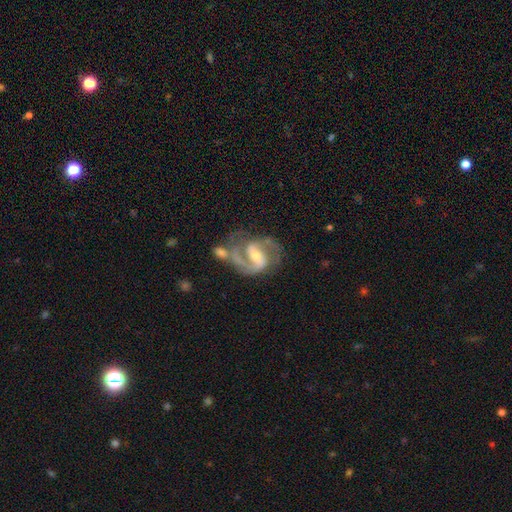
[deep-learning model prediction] featured or disk 91%, star or artifact 5%, smooth 5%. Down the decision tree: edge-on disk — no (98%); bar — weak (48%); spiral arms — yes (98%); spiral arm count — 2 (88%); spiral winding — medium (62%); bulge size — small (48%); merging — none (47%).